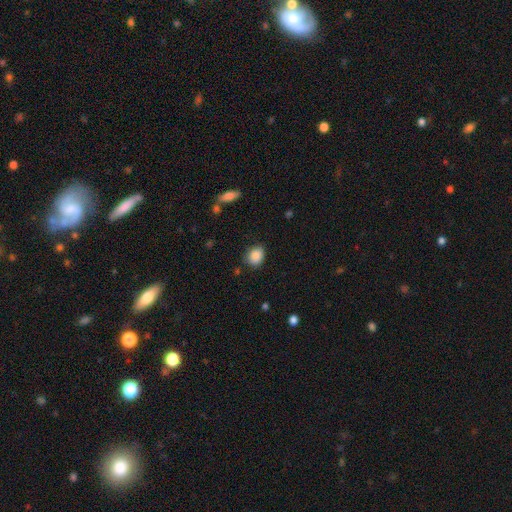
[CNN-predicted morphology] Smooth or featured?
  - smooth: 87% *
  - star or artifact: 9%
  - featured or disk: 4%
How rounded?
  - round: 57% *
  - in between: 42%
  - cigar-shaped: 1%
Merging?
  - none: 77% *
  - minor disturbance: 18%
  - major disturbance: 4%
  - merger: 2%